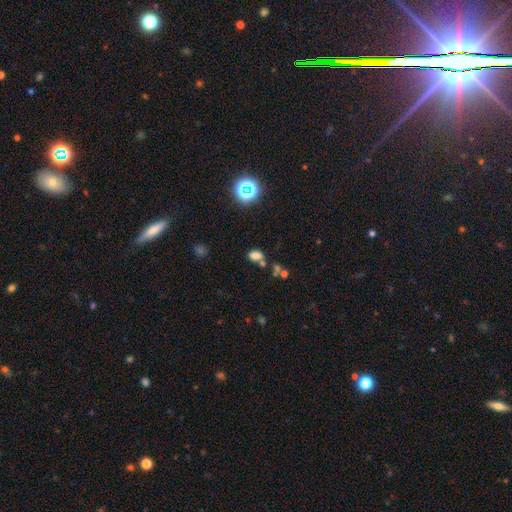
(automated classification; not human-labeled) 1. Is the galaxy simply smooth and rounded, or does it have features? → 69% smooth, 22% star or artifact, 9% featured or disk.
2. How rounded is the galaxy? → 82% in between, 16% round, 2% cigar-shaped.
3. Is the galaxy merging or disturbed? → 53% none, 26% merger, 14% minor disturbance, 7% major disturbance.